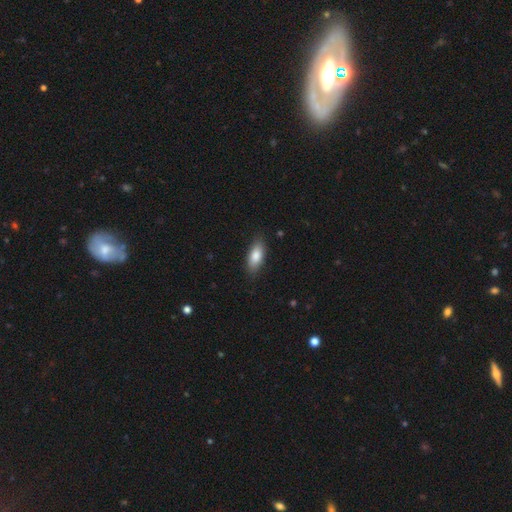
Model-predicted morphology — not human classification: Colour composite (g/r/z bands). It shows a smooth galaxy with no disk features (83%) that is in between round and cigar-shaped (82%). Merging: none (84%).